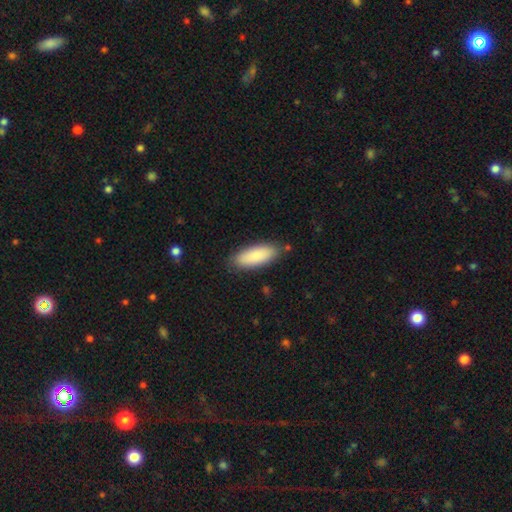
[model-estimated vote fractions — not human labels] smooth_or_featured: smooth (p=0.86) [alt: featured or disk p=0.08]
how_rounded: in between (p=0.73) [alt: cigar-shaped p=0.26]
merging: none (p=0.84) [alt: minor disturbance p=0.12]